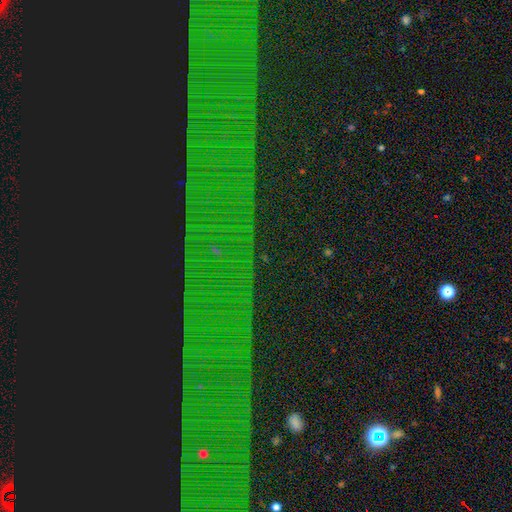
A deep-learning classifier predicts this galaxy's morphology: Q: Smooth or featured?
A: star or artifact (83%); runner-up: featured or disk (9%)